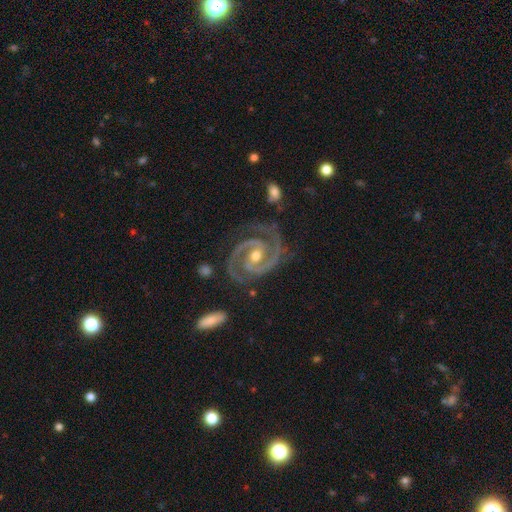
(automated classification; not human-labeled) Morphology: type=featured or disk (94%); edge-on=no (98%); bar=weak (38%); spiral arms=yes (99%); winding=tight (58%); arm count=2 (92%); bulge=moderate (64%); merging=none (78%).